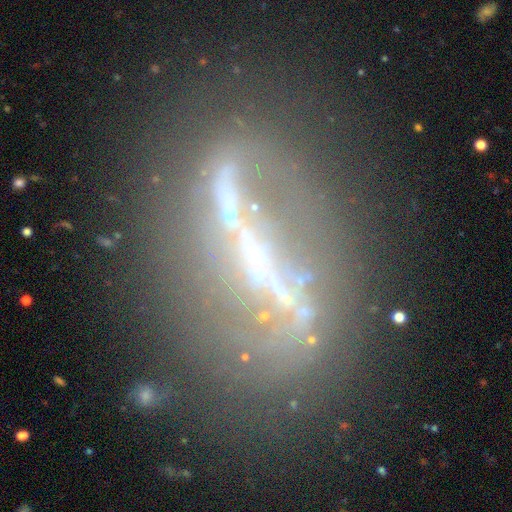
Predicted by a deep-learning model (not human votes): The model was most divided on "edge-on disk": no: 56%, yes: 44%. More confident: smooth or featured — featured or disk (74%); merging — none (66%).